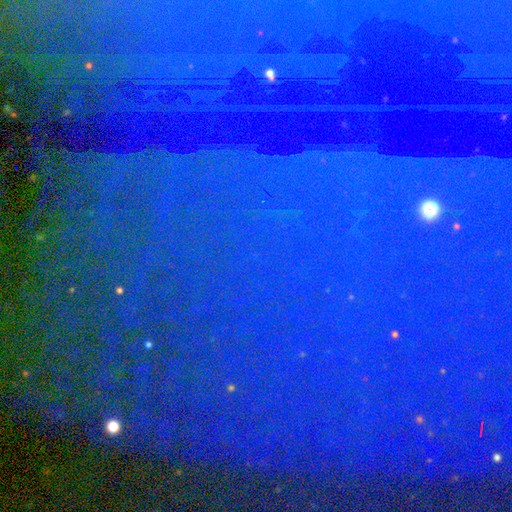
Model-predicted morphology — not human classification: Smooth or featured? Predicted: star or artifact (p=0.84).